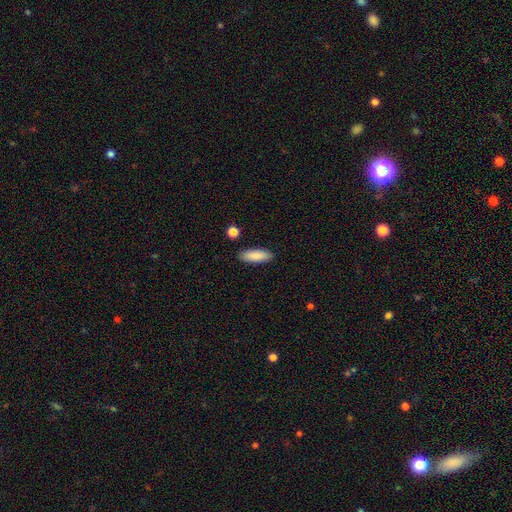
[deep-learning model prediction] Smooth or featured?
  - smooth: 87% *
  - featured or disk: 7%
  - star or artifact: 6%
How rounded?
  - in between: 64% *
  - cigar-shaped: 34%
  - round: 2%
Merging?
  - none: 88% *
  - minor disturbance: 8%
  - merger: 2%
  - major disturbance: 2%